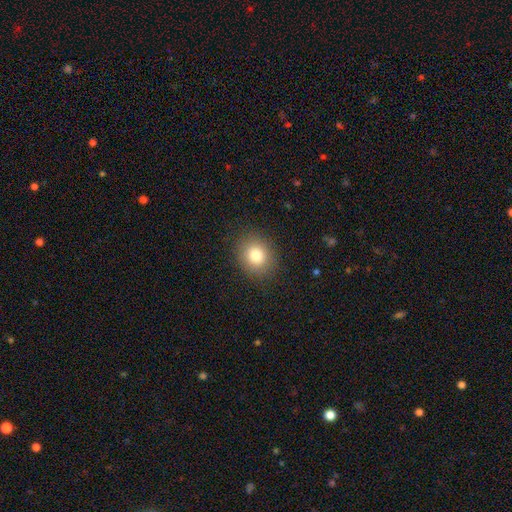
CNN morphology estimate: The model was most divided on "how rounded": round: 67%, in between: 33%, cigar-shaped: 1%. More confident: merging — none (88%); smooth or featured — smooth (80%).